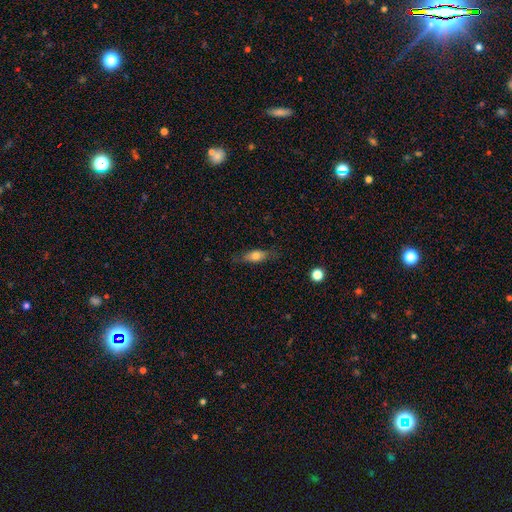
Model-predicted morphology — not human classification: Smooth or featured: smooth — 66% (featured or disk — 26%)
How rounded: in between — 66% (cigar-shaped — 28%)
Merging: none — 74% (minor disturbance — 19%)